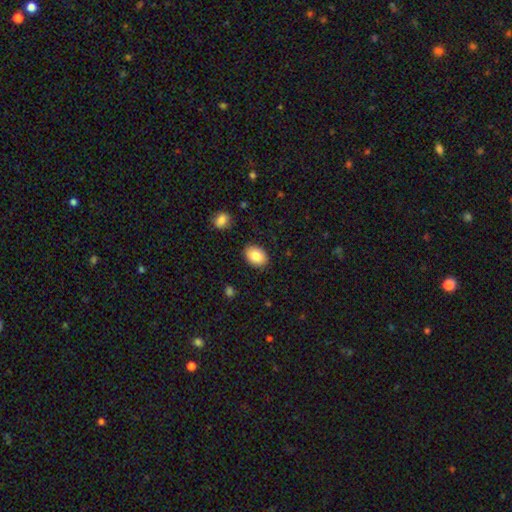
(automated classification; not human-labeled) Morphology: type=smooth (85%); roundness=in between (78%); merging=none (88%).